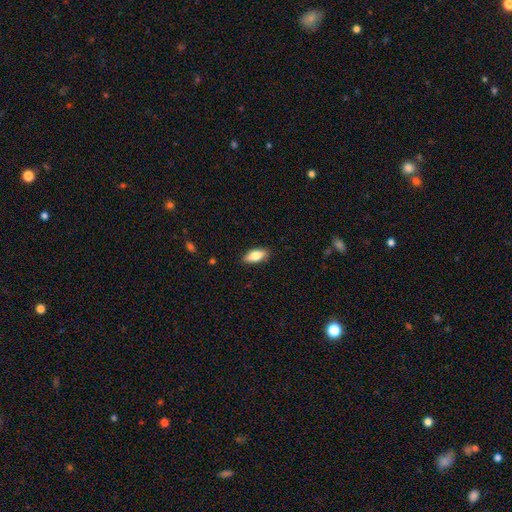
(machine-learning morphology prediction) smooth 78%, featured or disk 16%, star or artifact 7%. Down the decision tree: how rounded — in between (83%); merging — none (87%).